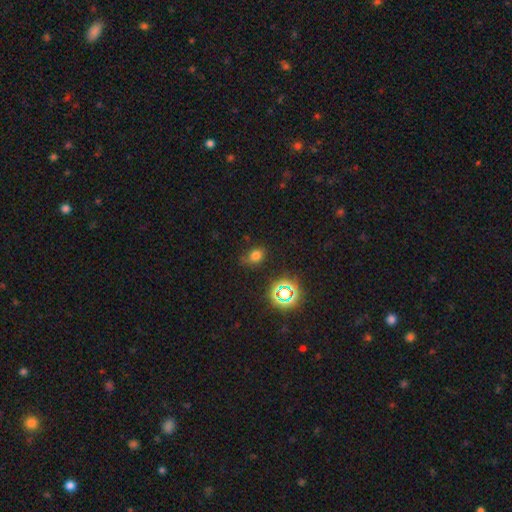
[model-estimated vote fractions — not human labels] A smooth galaxy with no disk features (68%) that is in between round and cigar-shaped (62%).

Vote fractions:
- Smooth or featured? smooth: 68% / star or artifact: 24% / featured or disk: 8%
- How rounded? in between: 62% / round: 36% / cigar-shaped: 2%
- Merging? none: 72% / minor disturbance: 20% / major disturbance: 6% / merger: 3%